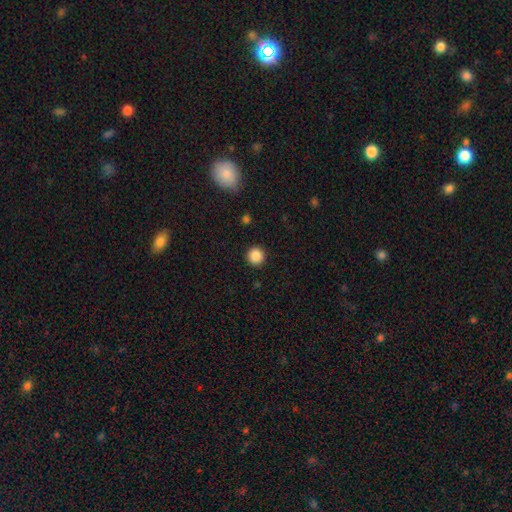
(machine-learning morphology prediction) This appears to be a smooth galaxy with no disk features (87%) that is round (95%). Merging: none (93%).